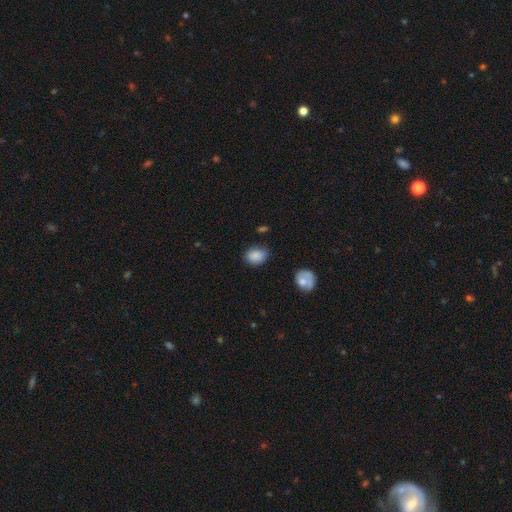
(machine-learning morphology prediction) smooth 86%, star or artifact 9%, featured or disk 5%. Down the decision tree: how rounded — in between (64%); merging — none (73%).